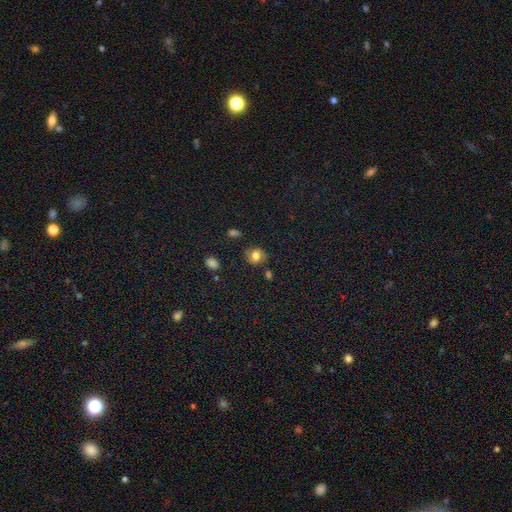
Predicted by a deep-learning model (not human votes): This appears to be a smooth galaxy with no disk features (70%) that is round (67%). Merging: none (71%).